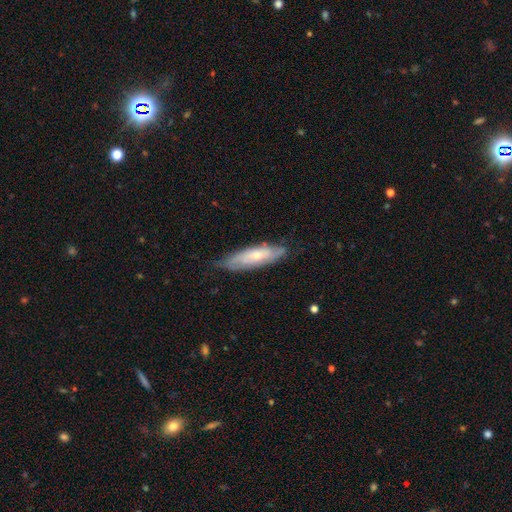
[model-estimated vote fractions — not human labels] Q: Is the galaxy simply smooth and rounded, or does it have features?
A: featured or disk — 55%.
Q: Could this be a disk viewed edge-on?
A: no — 64%.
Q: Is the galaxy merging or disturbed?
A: none — 74%.